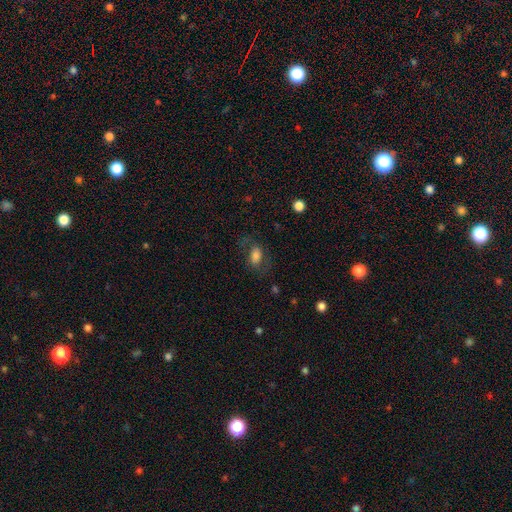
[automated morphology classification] Smooth or featured? smooth (65%)
How rounded? in between (86%)
Merging? none (62%)